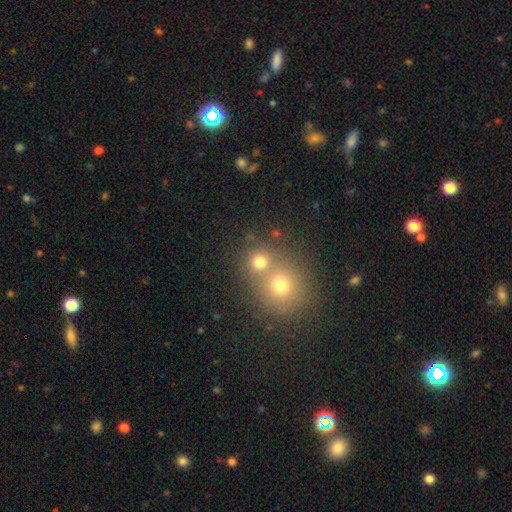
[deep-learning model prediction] Smooth or featured?
  - smooth: 67% *
  - star or artifact: 20%
  - featured or disk: 13%
How rounded?
  - round: 84% *
  - in between: 15%
  - cigar-shaped: 1%
Merging?
  - none: 47% *
  - merger: 45%
  - minor disturbance: 6%
  - major disturbance: 3%